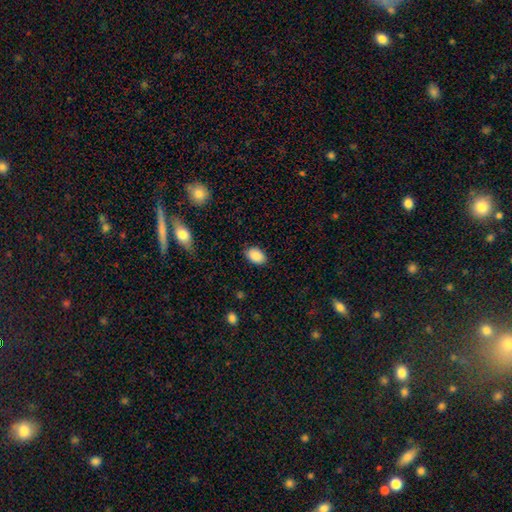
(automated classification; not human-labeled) Smooth or featured?
  - smooth: 89% *
  - star or artifact: 7%
  - featured or disk: 3%
How rounded?
  - in between: 87% *
  - round: 12%
  - cigar-shaped: 1%
Merging?
  - none: 84% *
  - minor disturbance: 12%
  - major disturbance: 3%
  - merger: 1%